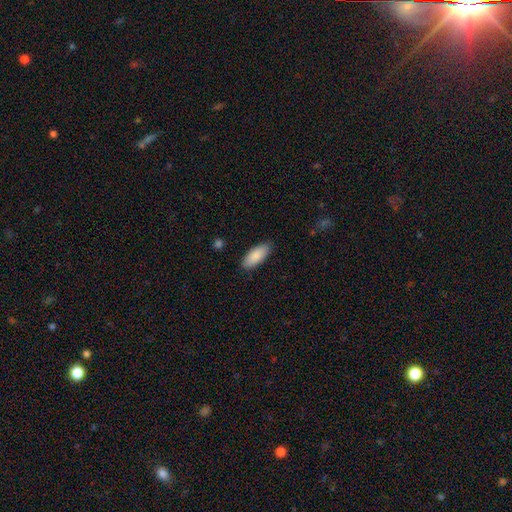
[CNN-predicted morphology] Smooth or featured?
  - smooth: 89% *
  - star or artifact: 6%
  - featured or disk: 5%
How rounded?
  - in between: 84% *
  - cigar-shaped: 14%
  - round: 2%
Merging?
  - none: 86% *
  - minor disturbance: 10%
  - major disturbance: 2%
  - merger: 1%